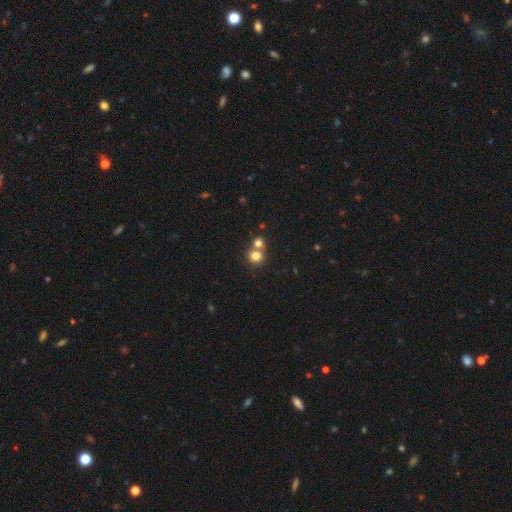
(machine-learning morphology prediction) Overall: smooth (79%). How rounded: round (85%). Merging: none (51%; merger 40%).